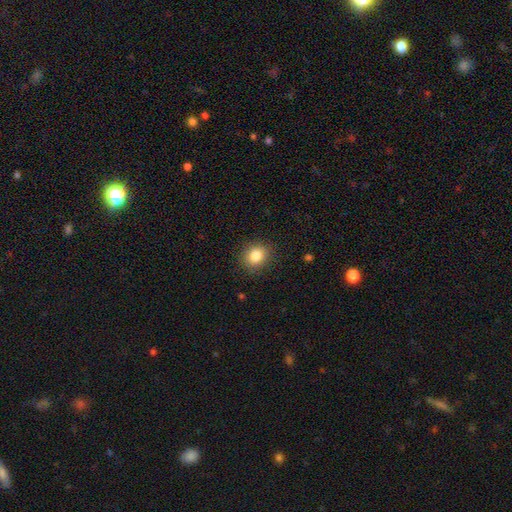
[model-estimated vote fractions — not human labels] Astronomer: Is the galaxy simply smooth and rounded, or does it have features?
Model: smooth — 82%.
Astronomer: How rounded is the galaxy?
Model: round — 69%.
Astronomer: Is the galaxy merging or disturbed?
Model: none — 88%.